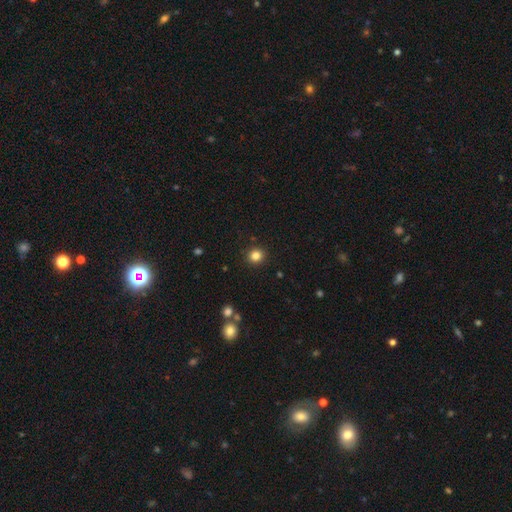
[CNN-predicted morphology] smooth-or-featured: smooth: 83% | star or artifact: 12% | featured or disk: 5%
  how-rounded: round: 91% | in between: 8% | cigar-shaped: 1%
  merging: none: 92% | minor disturbance: 5% | major disturbance: 2% | merger: 1%